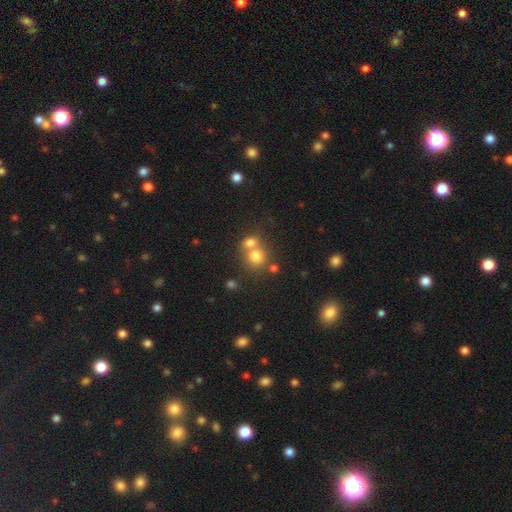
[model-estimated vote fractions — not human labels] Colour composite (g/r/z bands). It shows a smooth galaxy with no disk features (75%) that is round (81%). Merging: merger (49%).